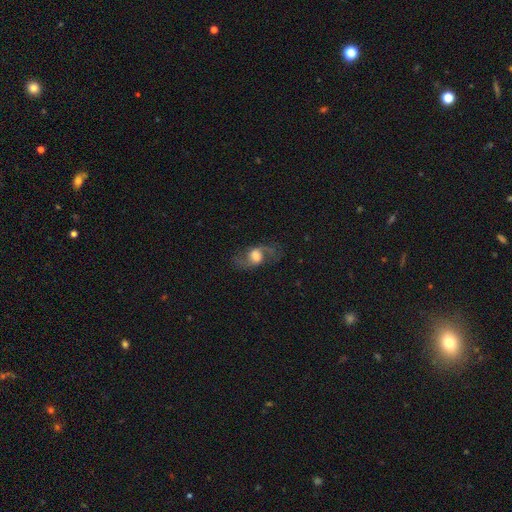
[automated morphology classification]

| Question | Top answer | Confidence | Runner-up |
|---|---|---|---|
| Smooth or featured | featured or disk | 67% | smooth (25%) |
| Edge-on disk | no | 91% | yes (9%) |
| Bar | no | 46% | weak (40%) |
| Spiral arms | yes | 86% | no (14%) |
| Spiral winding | loose | 62% | medium (32%) |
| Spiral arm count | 2 | 91% | can't tell (3%) |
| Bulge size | large | 44% | moderate (37%) |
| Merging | none | 71% | minor disturbance (15%) |